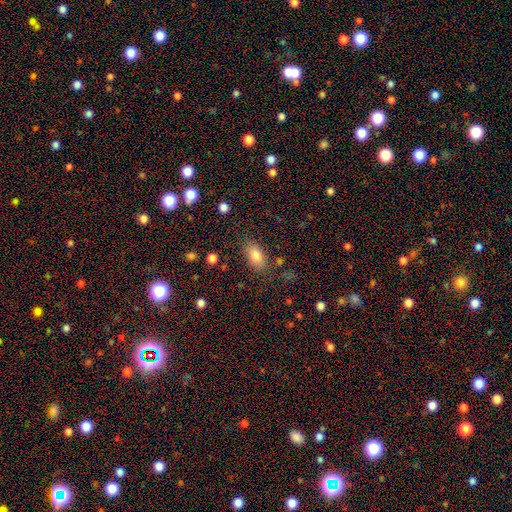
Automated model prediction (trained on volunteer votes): This appears to be a smooth galaxy with no disk features (81%) that is in between round and cigar-shaped (88%). Merging: none (79%).